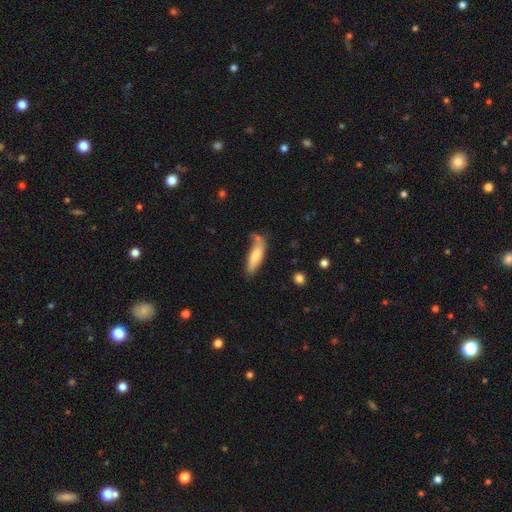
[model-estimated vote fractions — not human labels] Smooth or featured: smooth — 73% (featured or disk — 21%)
How rounded: cigar-shaped — 56% (in between — 42%)
Merging: none — 56% (minor disturbance — 25%)